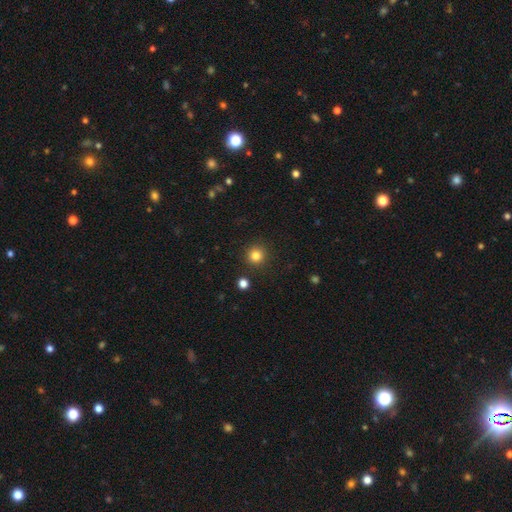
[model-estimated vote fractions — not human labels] Smooth or featured: smooth — 82% (star or artifact — 13%)
How rounded: round — 95% (in between — 4%)
Merging: none — 90% (minor disturbance — 6%)